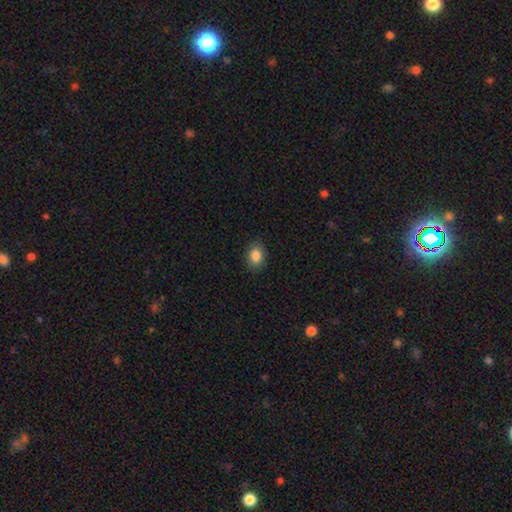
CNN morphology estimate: Smooth or featured? Predicted: smooth (p=0.86). How rounded? Predicted: in between (p=0.70). Merging? Predicted: none (p=0.86).